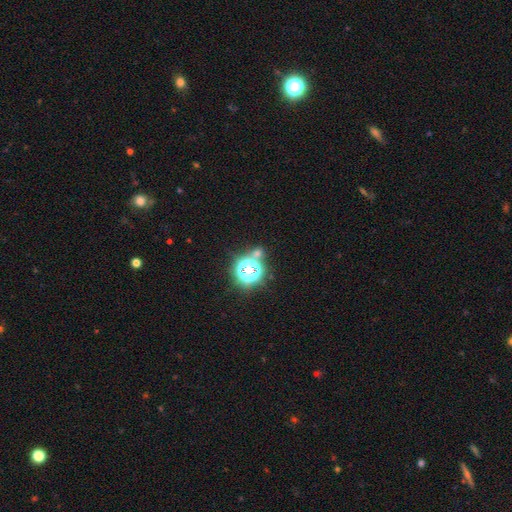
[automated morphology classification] star or artifact 70%, smooth 21%, featured or disk 9%.